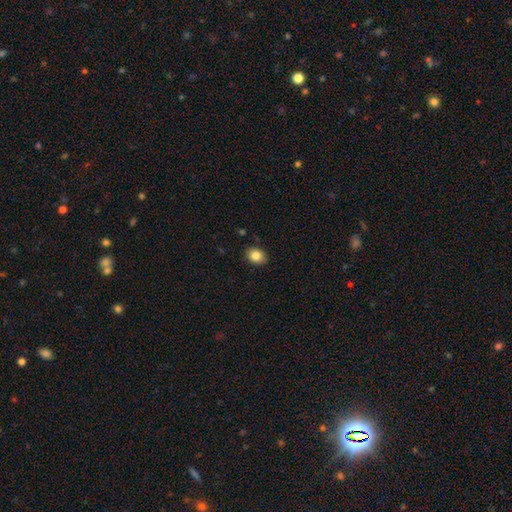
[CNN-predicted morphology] A smooth galaxy with no disk features (85%) that is in between round and cigar-shaped (52%). Merging: none (87%).